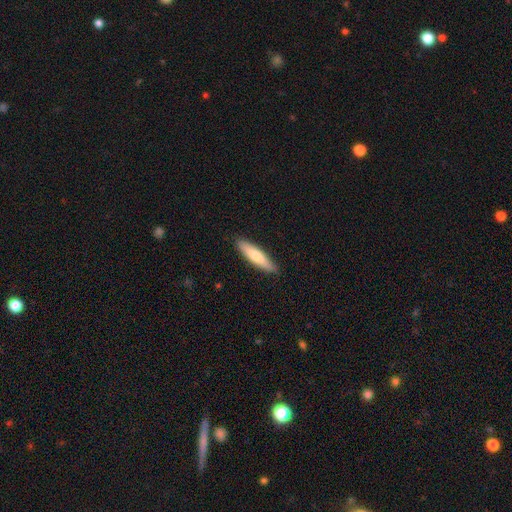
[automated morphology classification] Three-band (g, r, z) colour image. It shows a smooth galaxy with no disk features (70%) that is cigar-shaped (74%). Merging: none (87%).